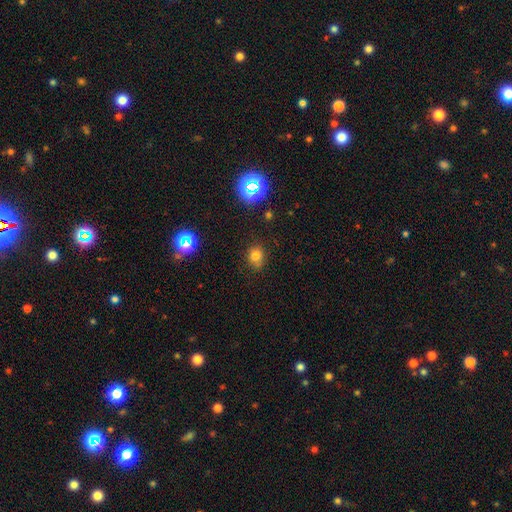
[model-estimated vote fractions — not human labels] smooth_or_featured: smooth (p=0.72) [alt: star or artifact p=0.20]
how_rounded: round (p=0.75) [alt: in between p=0.25]
merging: none (p=0.79) [alt: minor disturbance p=0.14]